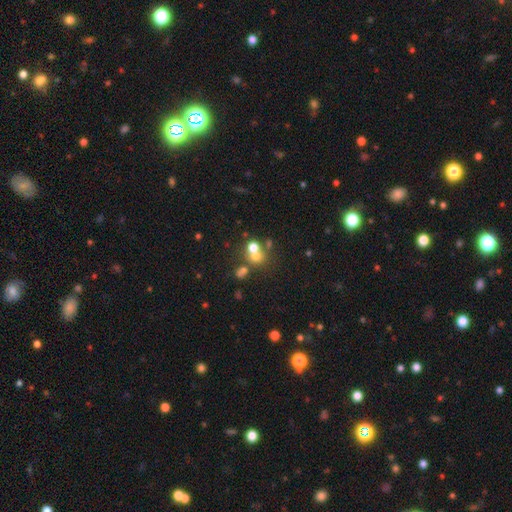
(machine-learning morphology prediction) Smooth or featured: smooth — 61% (star or artifact — 21%)
How rounded: round — 74% (in between — 25%)
Merging: merger — 47% (none — 40%)